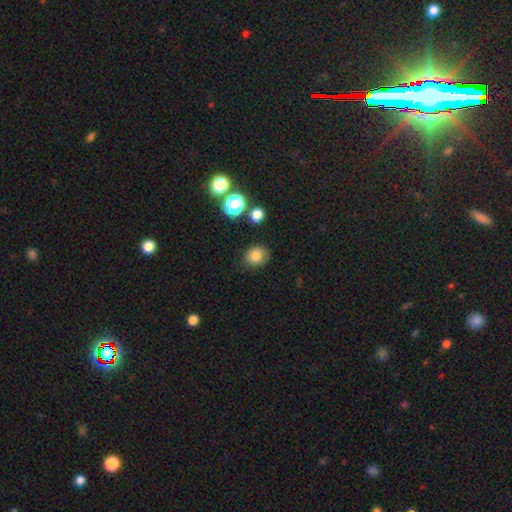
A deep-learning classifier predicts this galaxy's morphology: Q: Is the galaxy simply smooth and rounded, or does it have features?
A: smooth — 81%.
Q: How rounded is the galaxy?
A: round — 68%.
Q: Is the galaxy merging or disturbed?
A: none — 83%.